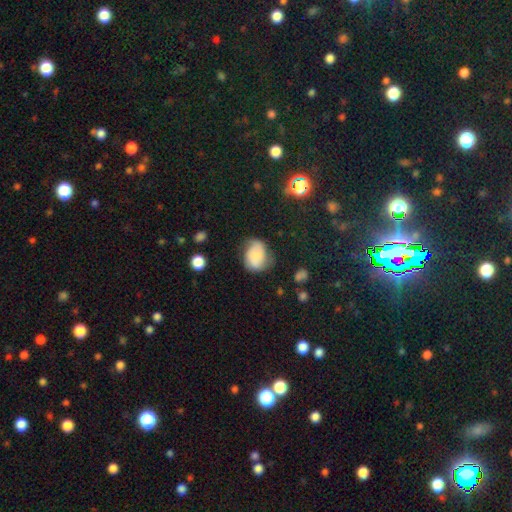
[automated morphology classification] Smooth or featured? Predicted: smooth (p=0.56). How rounded? Predicted: in between (p=0.64). Merging? Predicted: none (p=0.54).